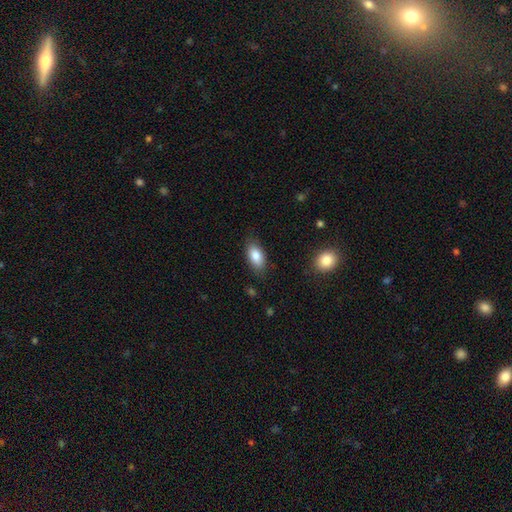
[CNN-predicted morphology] Q: Smooth or featured?
A: smooth (85%); runner-up: featured or disk (9%)
Q: How rounded?
A: in between (90%); runner-up: cigar-shaped (7%)
Q: Merging?
A: none (82%); runner-up: minor disturbance (13%)